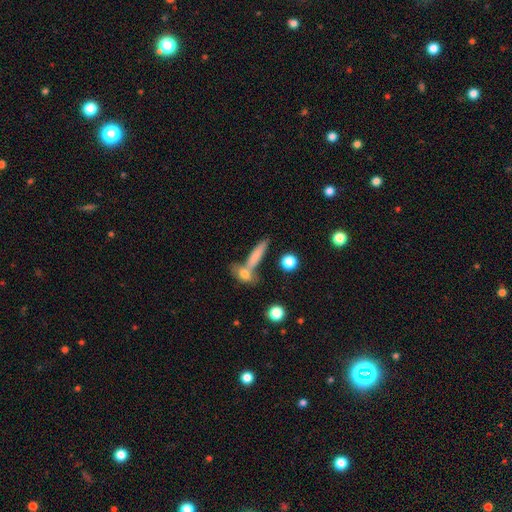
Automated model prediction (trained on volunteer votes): A smooth galaxy with no disk features (73%) that is cigar-shaped (68%).

Vote fractions:
- Smooth or featured? smooth: 73% / featured or disk: 19% / star or artifact: 8%
- How rounded? cigar-shaped: 68% / in between: 25% / round: 7%
- Merging? none: 55% / merger: 30% / minor disturbance: 11% / major disturbance: 4%